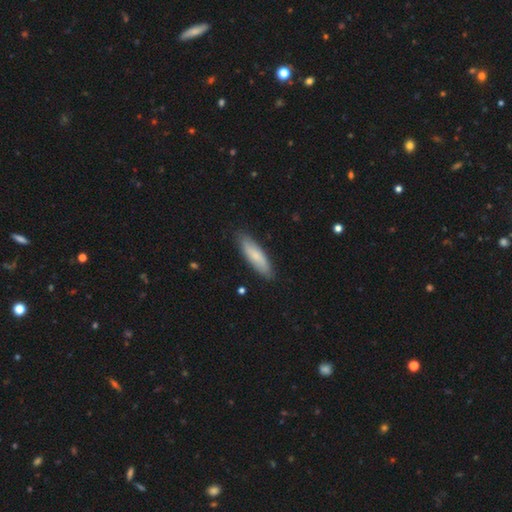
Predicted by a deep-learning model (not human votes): This appears to be a smooth galaxy with no disk features (75%) that is cigar-shaped (63%). Merging: none (86%).